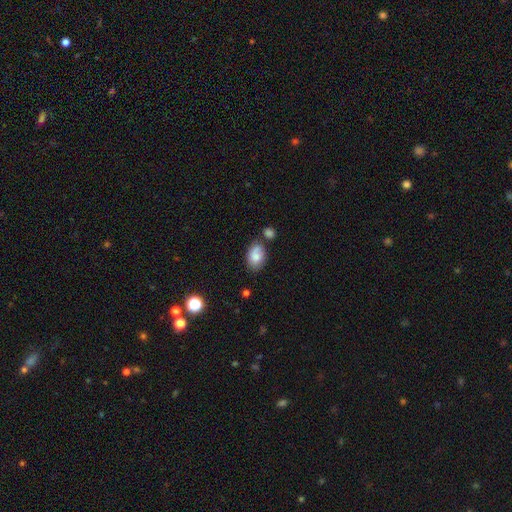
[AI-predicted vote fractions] Q: Smooth or featured?
A: smooth (79%); runner-up: featured or disk (13%)
Q: How rounded?
A: in between (85%); runner-up: round (14%)
Q: Merging?
A: none (58%); runner-up: minor disturbance (24%)